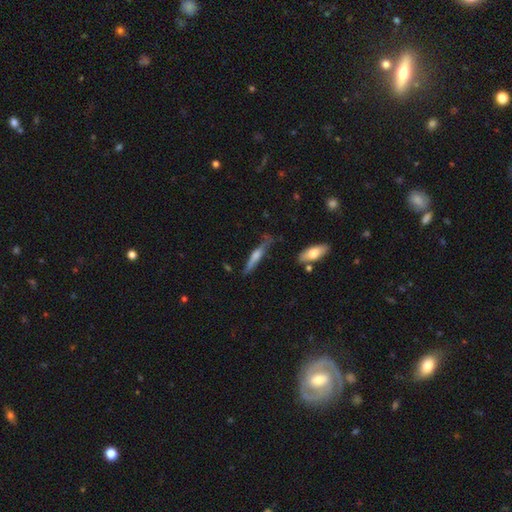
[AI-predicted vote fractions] Smooth or featured? Predicted: featured or disk (p=0.52). Edge-on disk? Predicted: yes (p=0.93). Merging? Predicted: none (p=0.71).